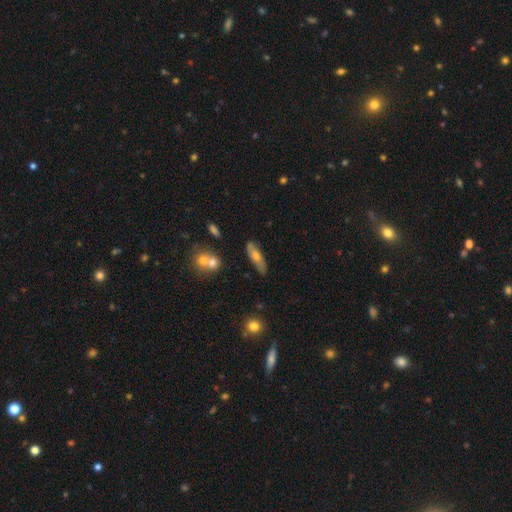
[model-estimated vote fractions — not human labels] Smooth or featured? Predicted: smooth (p=0.52). How rounded? Predicted: cigar-shaped (p=0.63). Merging? Predicted: none (p=0.73).